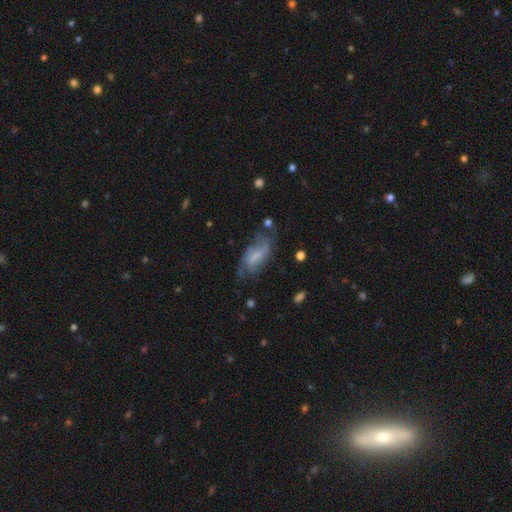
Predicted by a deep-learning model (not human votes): Overall: featured or disk (51%; smooth 39%). Edge-on disk: no (91%). Merging: none (46%; minor disturbance 28%).